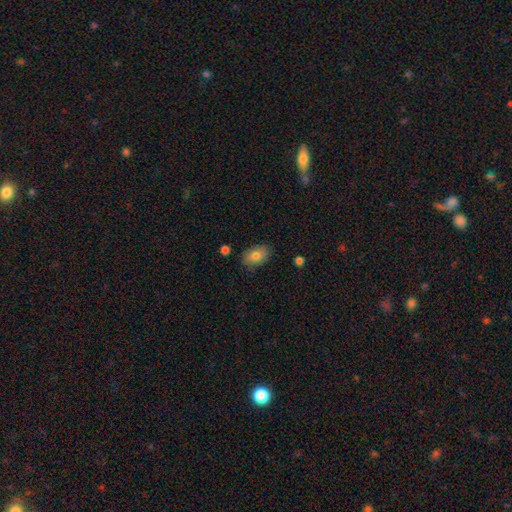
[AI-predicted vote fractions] A smooth galaxy with no disk features (79%) that is in between round and cigar-shaped (86%). Merging: none (83%).